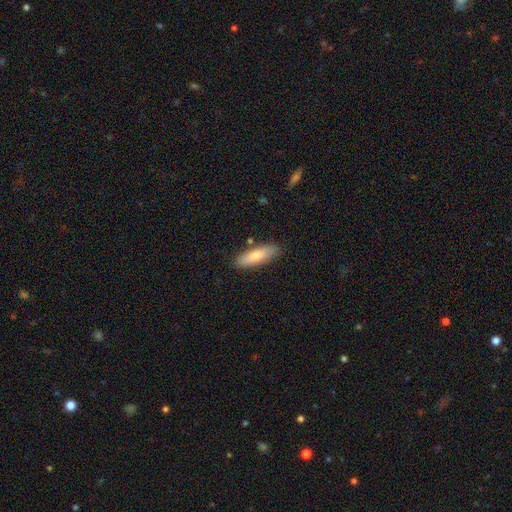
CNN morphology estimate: Q: Smooth or featured?
A: smooth (77%); runner-up: featured or disk (17%)
Q: How rounded?
A: cigar-shaped (53%); runner-up: in between (45%)
Q: Merging?
A: none (84%); runner-up: minor disturbance (11%)